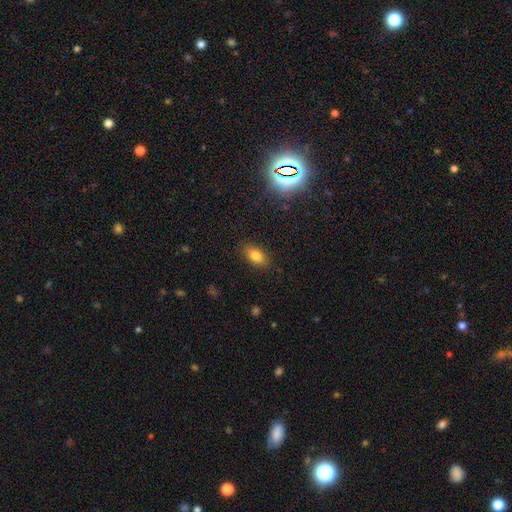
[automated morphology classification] A smooth galaxy with no disk features (80%) that is in between round and cigar-shaped (88%).

Vote fractions:
- Smooth or featured? smooth: 80% / star or artifact: 11% / featured or disk: 9%
- How rounded? in between: 88% / round: 6% / cigar-shaped: 6%
- Merging? none: 85% / minor disturbance: 11% / major disturbance: 3% / merger: 1%